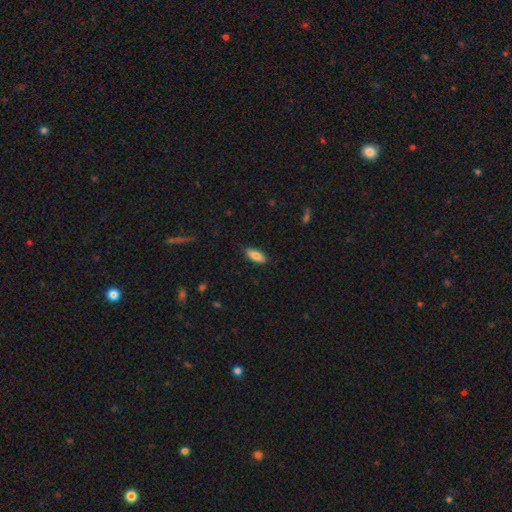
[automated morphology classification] The model was most divided on "how rounded": in between: 76%, cigar-shaped: 22%, round: 2%. More confident: merging — none (87%); smooth or featured — smooth (83%).